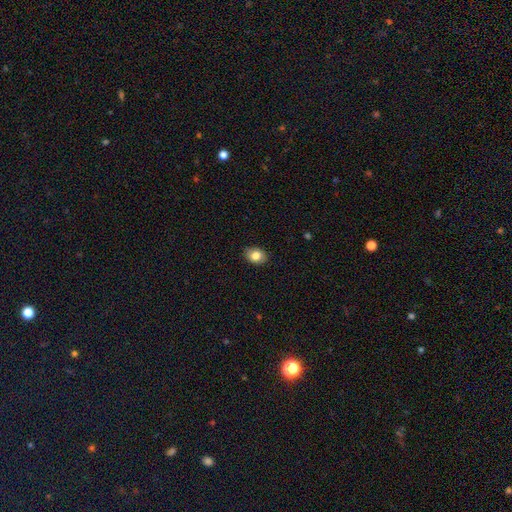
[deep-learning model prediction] Smooth or featured? smooth (83%)
How rounded? in between (69%)
Merging? none (87%)